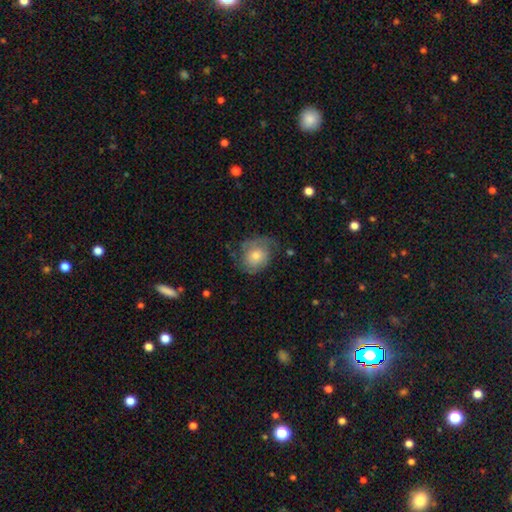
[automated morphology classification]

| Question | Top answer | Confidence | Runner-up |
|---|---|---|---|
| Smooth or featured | featured or disk | 51% | smooth (41%) |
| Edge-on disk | no | 97% | yes (3%) |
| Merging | none | 58% | minor disturbance (25%) |